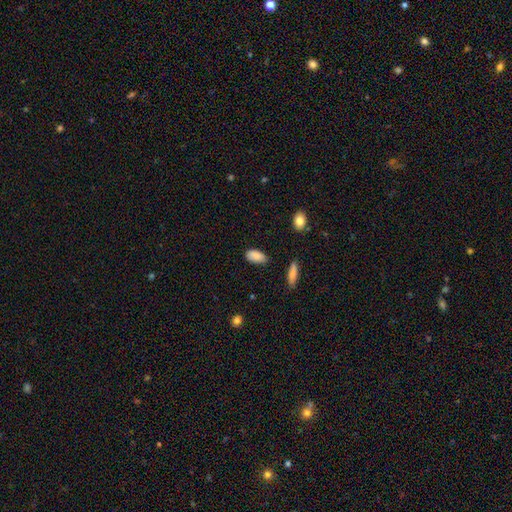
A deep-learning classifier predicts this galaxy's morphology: Overall: smooth (85%). How rounded: in between (93%). Merging: none (81%).